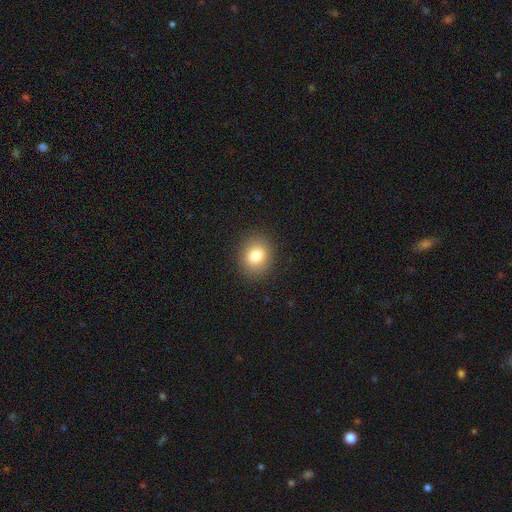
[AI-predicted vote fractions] Q: Smooth or featured?
A: smooth (82%); runner-up: star or artifact (10%)
Q: How rounded?
A: round (58%); runner-up: in between (41%)
Q: Merging?
A: none (89%); runner-up: minor disturbance (8%)